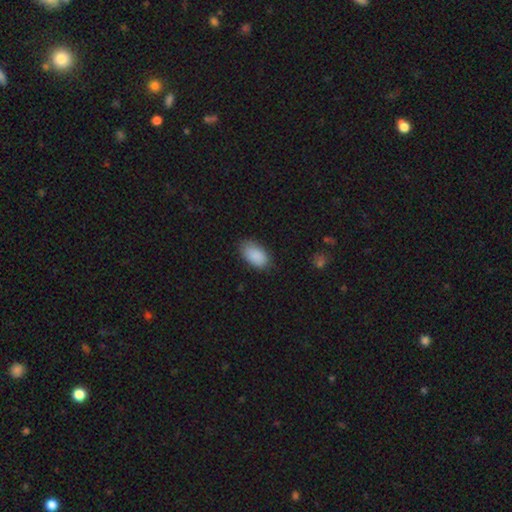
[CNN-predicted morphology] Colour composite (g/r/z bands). It shows a smooth galaxy with no disk features (89%) that is in between round and cigar-shaped (94%). Merging: none (79%).